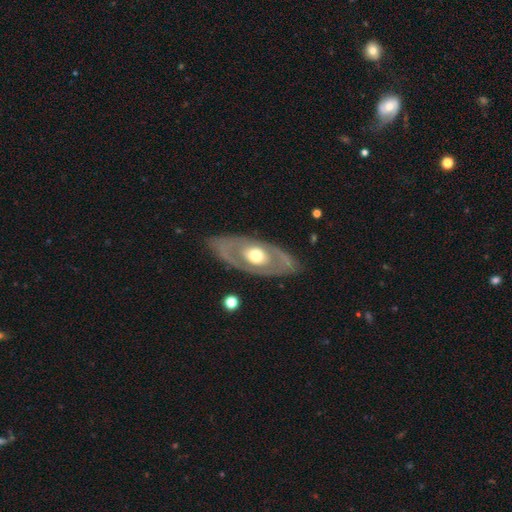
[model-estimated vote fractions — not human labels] Smooth or featured? Predicted: featured or disk (p=0.66). Edge-on disk? Predicted: no (p=0.85). Bar? Predicted: no (p=0.88). Spiral arms? Predicted: no (p=0.81). Bulge size? Predicted: moderate (p=0.64). Merging? Predicted: none (p=0.81).